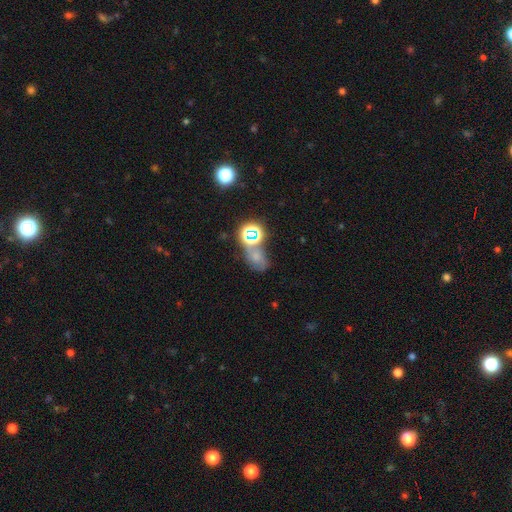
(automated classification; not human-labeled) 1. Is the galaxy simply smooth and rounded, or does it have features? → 43% smooth, 32% star or artifact, 24% featured or disk.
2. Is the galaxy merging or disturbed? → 36% none, 31% merger, 17% minor disturbance, 16% major disturbance.